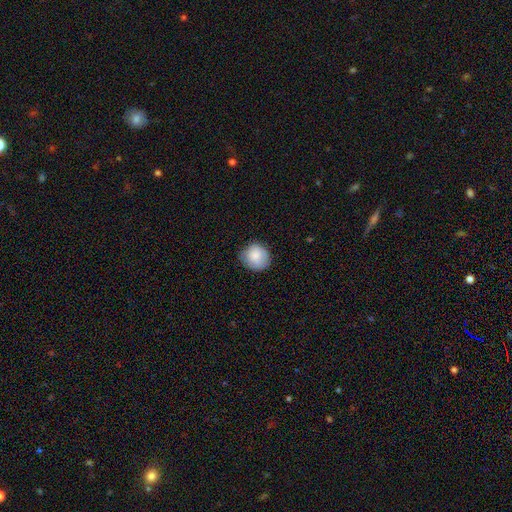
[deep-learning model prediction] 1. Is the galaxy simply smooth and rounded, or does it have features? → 84% smooth, 9% featured or disk, 7% star or artifact.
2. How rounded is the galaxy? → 87% round, 12% in between, 1% cigar-shaped.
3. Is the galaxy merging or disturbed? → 77% none, 19% minor disturbance, 3% major disturbance, 1% merger.